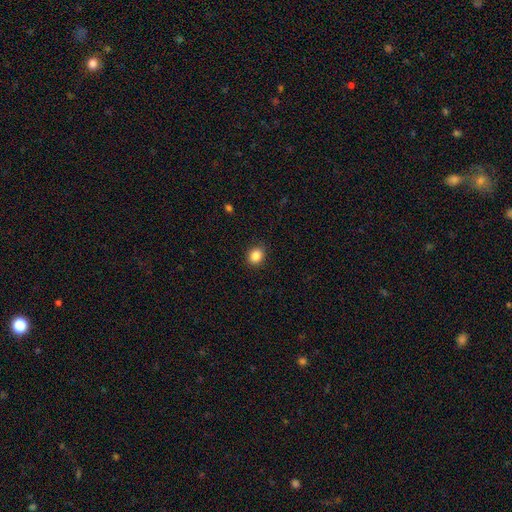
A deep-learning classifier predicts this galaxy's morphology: This appears to be a smooth galaxy with no disk features (86%) that is round (62%). Merging: none (88%).